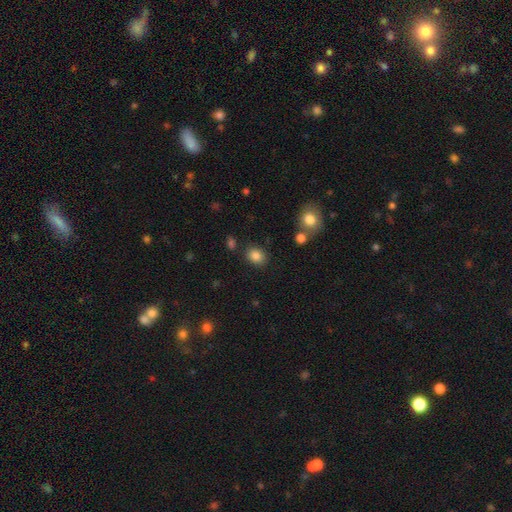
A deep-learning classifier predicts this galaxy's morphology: smooth_or_featured: smooth (p=0.85) [alt: star or artifact p=0.10]
how_rounded: in between (p=0.51) [alt: round p=0.48]
merging: none (p=0.82) [alt: minor disturbance p=0.10]